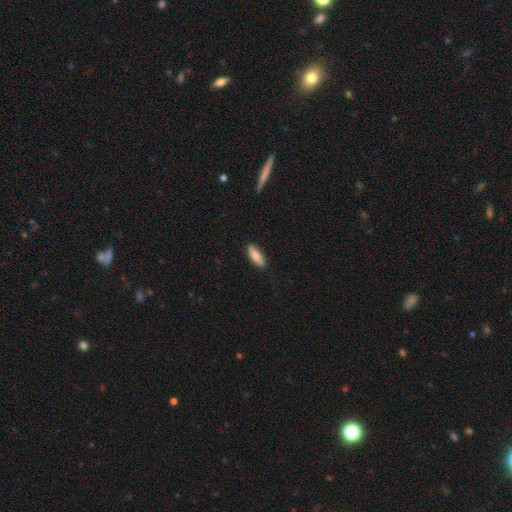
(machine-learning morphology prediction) Smooth or featured: smooth — 84% (featured or disk — 10%)
How rounded: in between — 66% (cigar-shaped — 32%)
Merging: none — 87% (minor disturbance — 10%)